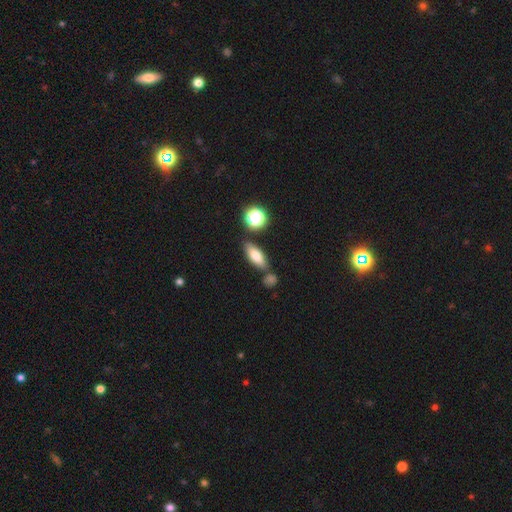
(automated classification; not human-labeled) Smooth or featured? Predicted: smooth (p=0.75). How rounded? Predicted: in between (p=0.69). Merging? Predicted: none (p=0.72).